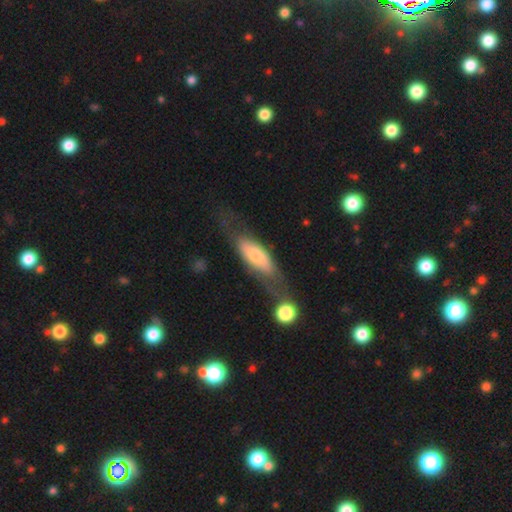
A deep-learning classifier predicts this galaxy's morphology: The model was most divided on "smooth or featured": smooth: 51%, featured or disk: 42%, star or artifact: 7%. More confident: how rounded — in between (56%); merging — none (54%).